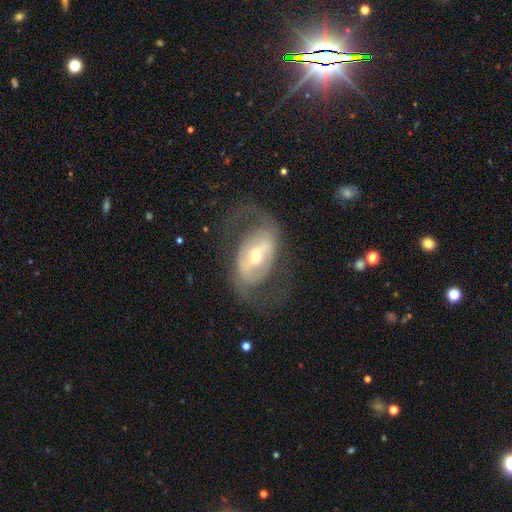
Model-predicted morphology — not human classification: Smooth or featured?
  - featured or disk: 79% *
  - smooth: 15%
  - star or artifact: 6%
Edge-on disk?
  - no: 94% *
  - yes: 6%
Bar?
  - strong: 43% *
  - weak: 35%
  - no: 22%
Spiral arms?
  - yes: 74% *
  - no: 26%
Spiral winding?
  - medium: 45% *
  - loose: 35%
  - tight: 20%
Spiral arm count?
  - 2: 83% *
  - can't tell: 10%
  - 1: 3%
  - 3: 1%
  - 4: 1%
  - more than 4: 1%
Bulge size?
  - moderate: 48% *
  - small: 46%
  - large: 4%
  - dominant: 1%
  - none: 1%
Merging?
  - none: 66% *
  - major disturbance: 17%
  - minor disturbance: 15%
  - merger: 1%